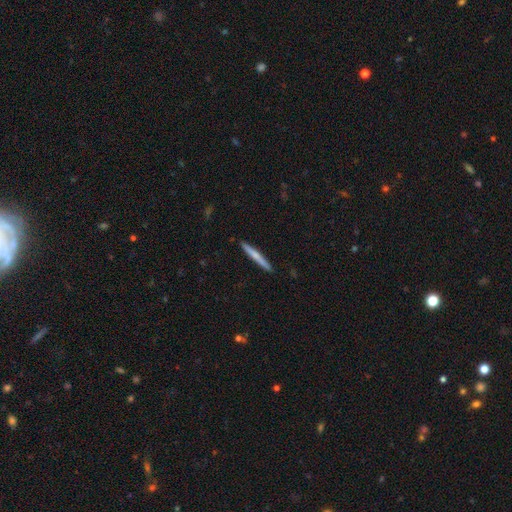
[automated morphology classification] smooth_or_featured: smooth (p=0.57) [alt: featured or disk p=0.38]
how_rounded: cigar-shaped (p=0.96) [alt: in between p=0.02]
merging: none (p=0.91) [alt: minor disturbance p=0.06]